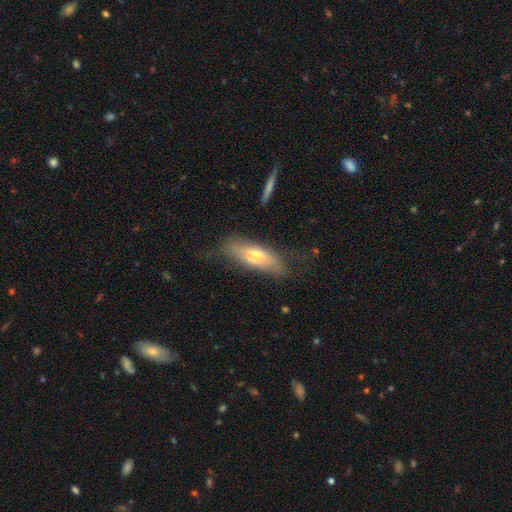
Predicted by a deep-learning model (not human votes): Q: Smooth or featured?
A: smooth (57%); runner-up: featured or disk (36%)
Q: How rounded?
A: in between (58%); runner-up: cigar-shaped (40%)
Q: Merging?
A: none (59%); runner-up: minor disturbance (26%)